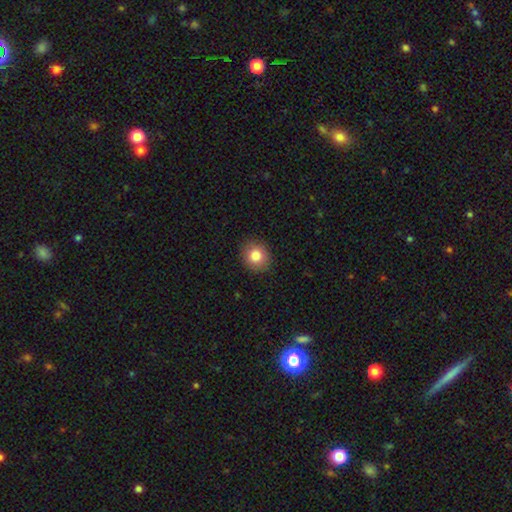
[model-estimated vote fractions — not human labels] A smooth galaxy with no disk features (82%) that is round (79%). Merging: none (89%).